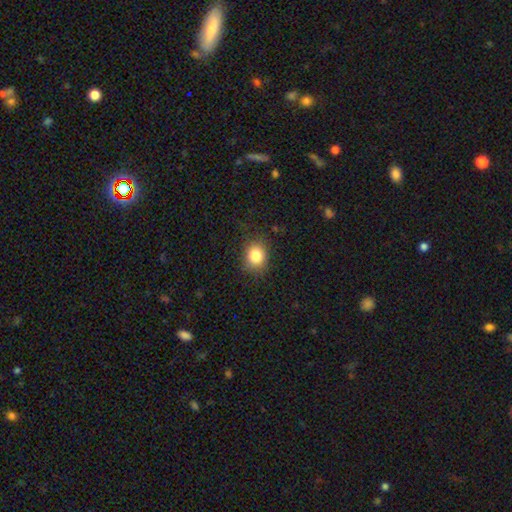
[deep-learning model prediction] Morphology: type=smooth (84%); roundness=round (68%); merging=none (83%).